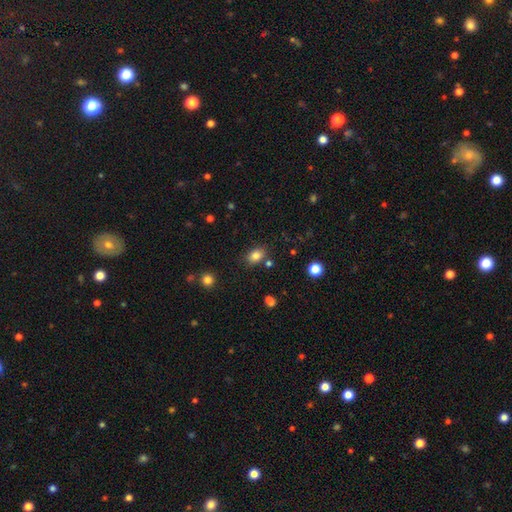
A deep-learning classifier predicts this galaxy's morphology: smooth-or-featured: smooth: 83% | star or artifact: 11% | featured or disk: 7%
  how-rounded: in between: 76% | round: 23% | cigar-shaped: 1%
  merging: none: 79% | minor disturbance: 12% | merger: 6% | major disturbance: 3%